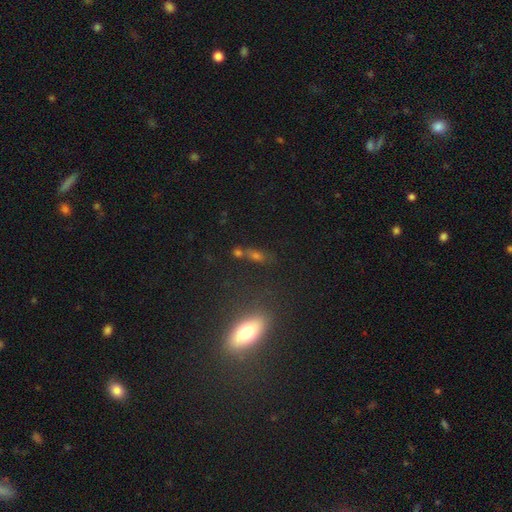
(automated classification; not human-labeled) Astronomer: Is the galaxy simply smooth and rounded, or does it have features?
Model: smooth — 55%.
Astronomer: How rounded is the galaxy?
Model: in between — 48% (runner-up: cigar-shaped, 35%).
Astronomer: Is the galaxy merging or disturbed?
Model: none — 65%.